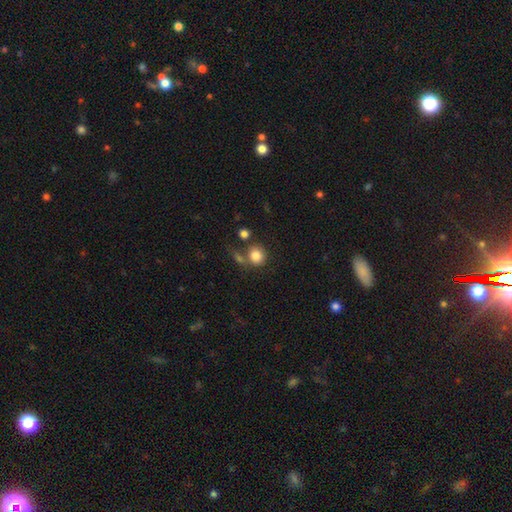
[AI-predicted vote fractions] Smooth or featured? smooth (83%)
How rounded? round (81%)
Merging? none (61%)